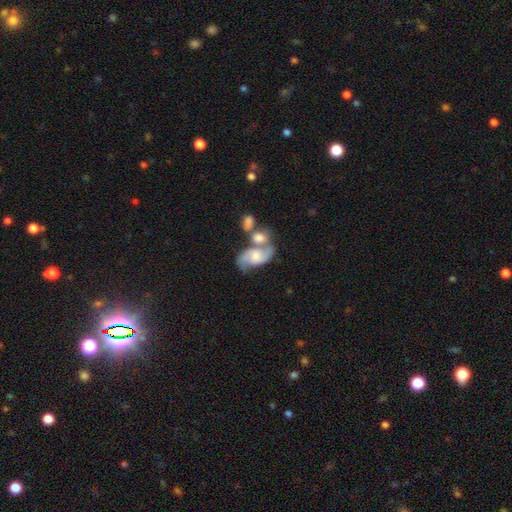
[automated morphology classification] The model was most divided on "spiral winding": loose: 48%, medium: 41%, tight: 11%. Remaining: edge-on disk — no (96%); spiral arm count — 2 (88%); spiral arms — yes (88%); smooth or featured — featured or disk (66%); bar — no (57%); merging — merger (52%); bulge size — moderate (50%).